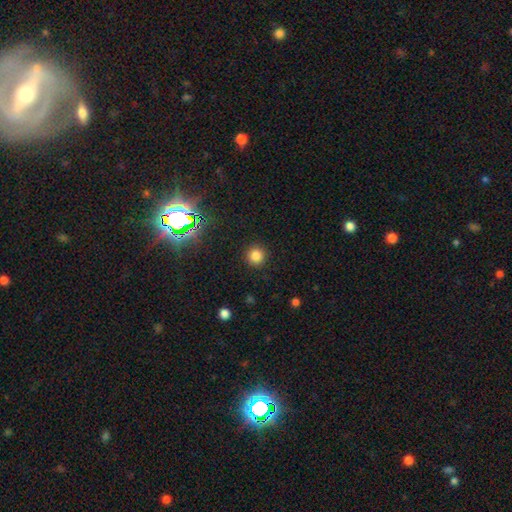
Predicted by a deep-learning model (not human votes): Morphology: type=smooth (81%); roundness=round (94%); merging=none (91%).